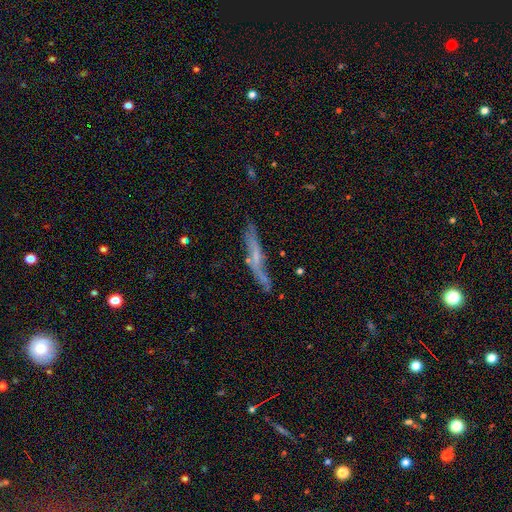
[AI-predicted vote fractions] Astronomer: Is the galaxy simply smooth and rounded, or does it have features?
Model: featured or disk — 53% (runner-up: smooth, 39%).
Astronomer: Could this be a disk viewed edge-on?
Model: yes — 73%.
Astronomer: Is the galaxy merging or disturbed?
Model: none — 62%.